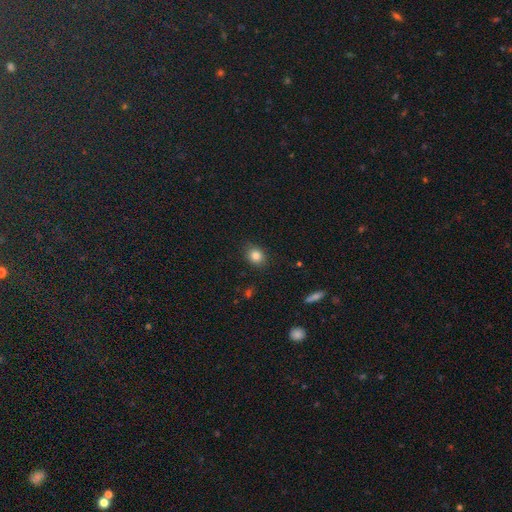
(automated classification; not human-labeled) smooth-or-featured: smooth: 83% | star or artifact: 11% | featured or disk: 6%
  how-rounded: round: 61% | in between: 38% | cigar-shaped: 1%
  merging: none: 85% | minor disturbance: 12% | major disturbance: 3% | merger: 1%